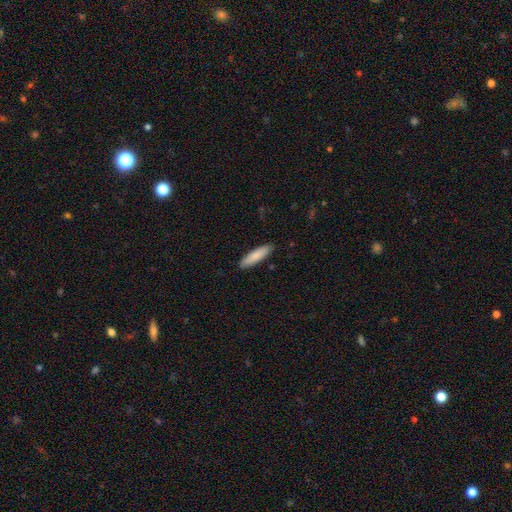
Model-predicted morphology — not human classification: smooth-or-featured: smooth: 84% | featured or disk: 11% | star or artifact: 6%
  how-rounded: cigar-shaped: 69% | in between: 30% | round: 1%
  merging: none: 89% | minor disturbance: 8% | major disturbance: 2% | merger: 1%